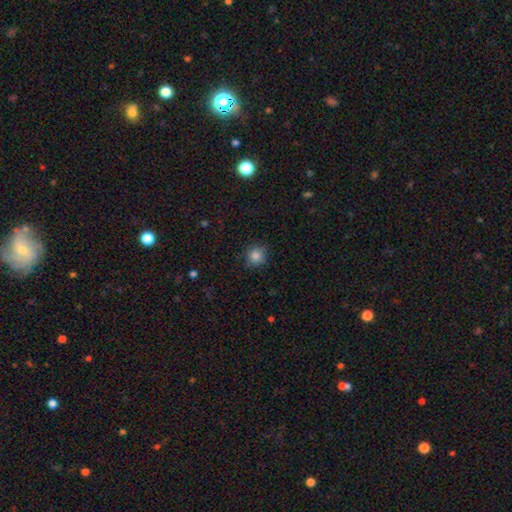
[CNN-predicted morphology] Q: Smooth or featured?
A: smooth (84%); runner-up: star or artifact (11%)
Q: How rounded?
A: round (91%); runner-up: in between (8%)
Q: Merging?
A: none (86%); runner-up: minor disturbance (11%)